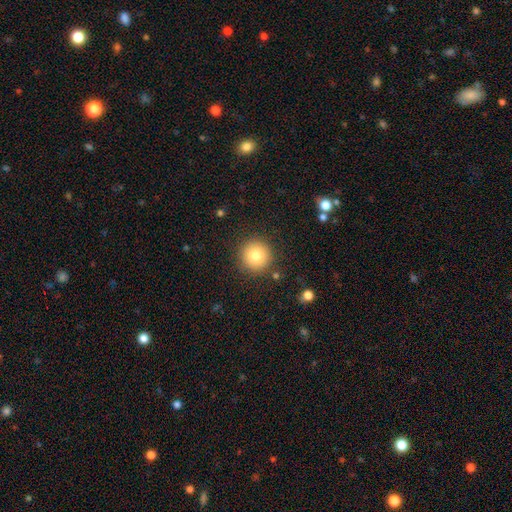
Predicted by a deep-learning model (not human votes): smooth-or-featured: smooth: 81% | star or artifact: 10% | featured or disk: 9%
  how-rounded: round: 95% | in between: 4% | cigar-shaped: 1%
  merging: none: 89% | minor disturbance: 7% | major disturbance: 2% | merger: 2%